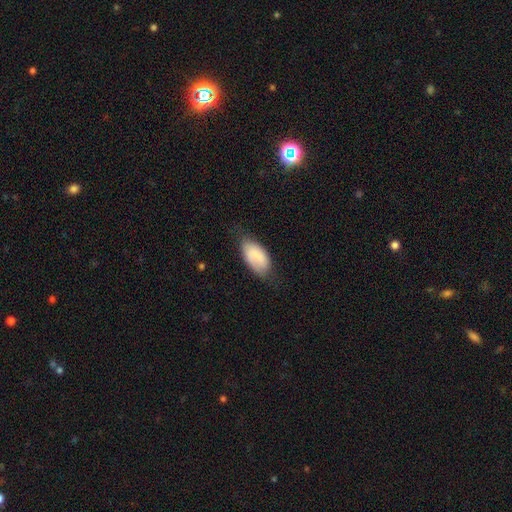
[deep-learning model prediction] Smooth or featured? Predicted: smooth (p=0.77). How rounded? Predicted: in between (p=0.94). Merging? Predicted: none (p=0.60).